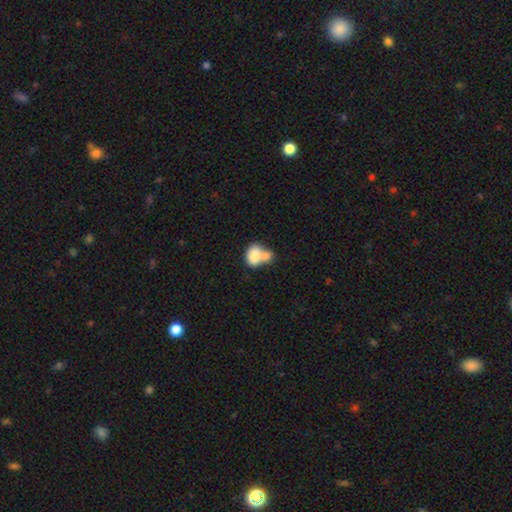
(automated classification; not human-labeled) Smooth or featured: smooth — 80% (featured or disk — 12%)
How rounded: in between — 77% (round — 21%)
Merging: merger — 66% (none — 21%)